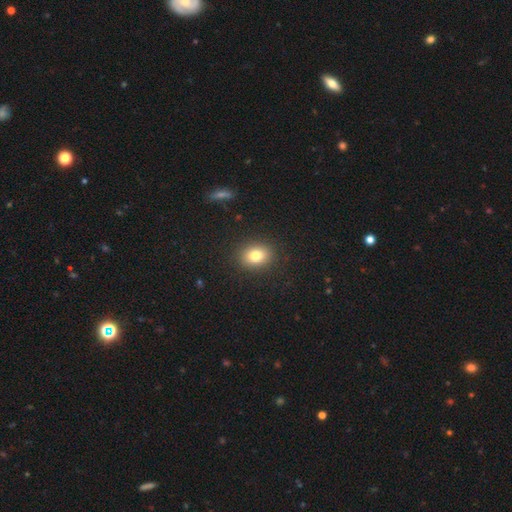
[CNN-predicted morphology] A smooth galaxy with no disk features (79%) that is round (52%). Merging: none (89%).